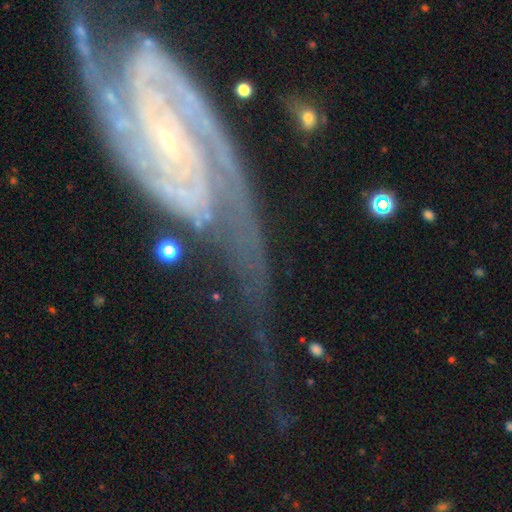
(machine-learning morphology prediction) smooth_or_featured: featured or disk (p=0.73) [alt: star or artifact p=0.14]
disk_edge_on: no (p=0.87) [alt: yes p=0.13]
bar: no (p=0.51) [alt: weak p=0.29]
has_spiral_arms: yes (p=0.85) [alt: no p=0.15]
spiral_winding: tight (p=0.54) [alt: medium p=0.31]
spiral_arm_count: 2 (p=0.43) [alt: can't tell p=0.22]
bulge_size: small (p=0.66) [alt: moderate p=0.20]
merging: none (p=0.52) [alt: major disturbance p=0.22]